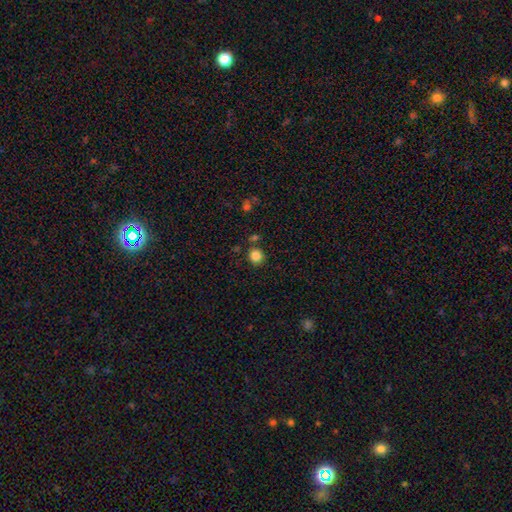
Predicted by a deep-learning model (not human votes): The model was most divided on "smooth or featured": smooth: 84%, star or artifact: 11%, featured or disk: 4%. More confident: how rounded — round (89%); merging — none (82%).